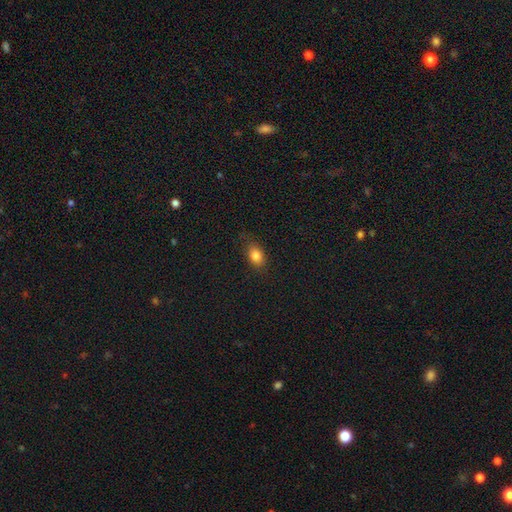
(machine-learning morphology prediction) smooth 82%, star or artifact 10%, featured or disk 7%. Down the decision tree: how rounded — in between (79%); merging — none (78%).